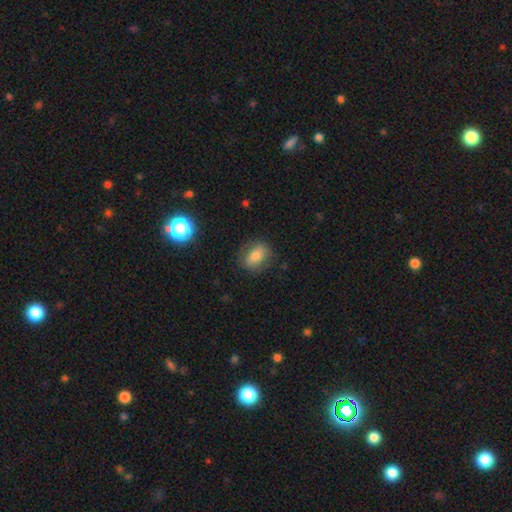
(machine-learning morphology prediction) Smooth or featured?
  - smooth: 73% *
  - featured or disk: 17%
  - star or artifact: 10%
How rounded?
  - in between: 68% *
  - round: 30%
  - cigar-shaped: 3%
Merging?
  - none: 79% *
  - minor disturbance: 15%
  - major disturbance: 5%
  - merger: 1%